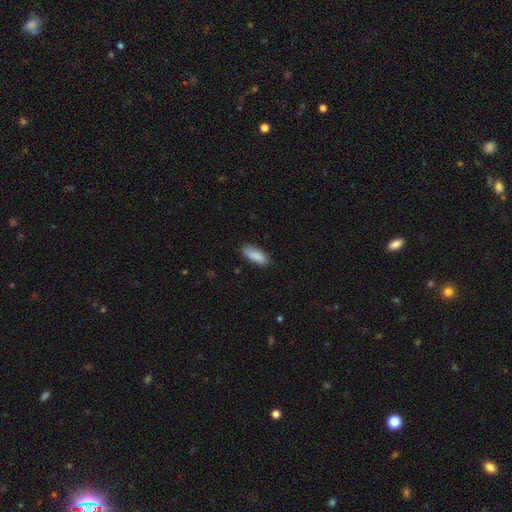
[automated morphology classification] Overall: smooth (89%). How rounded: in between (71%). Merging: none (82%).